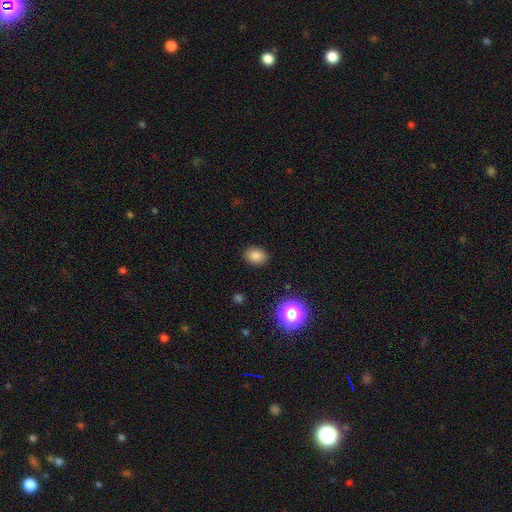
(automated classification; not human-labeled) smooth-or-featured: smooth: 83% | star or artifact: 12% | featured or disk: 5%
  how-rounded: in between: 67% | round: 32% | cigar-shaped: 1%
  merging: none: 88% | minor disturbance: 8% | major disturbance: 2% | merger: 1%